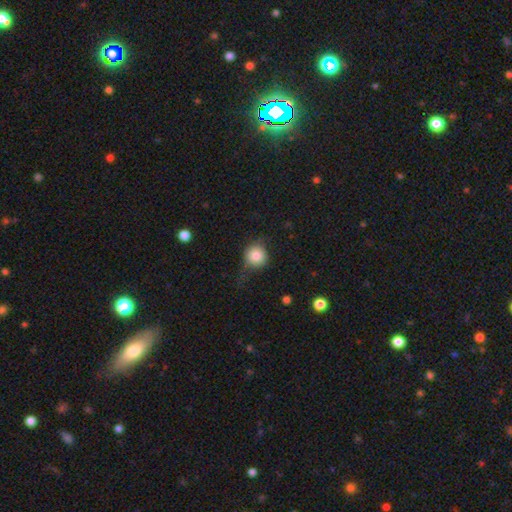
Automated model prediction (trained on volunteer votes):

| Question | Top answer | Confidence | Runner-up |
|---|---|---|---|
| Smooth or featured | smooth | 81% | featured or disk (10%) |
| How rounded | round | 91% | in between (8%) |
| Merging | none | 62% | minor disturbance (25%) |